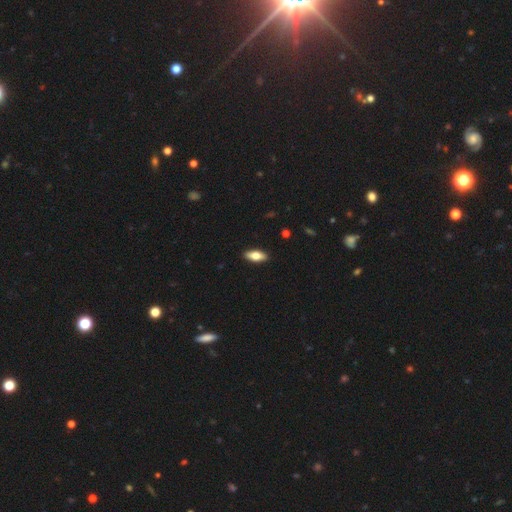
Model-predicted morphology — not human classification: Smooth or featured: smooth — 72% (featured or disk — 22%)
How rounded: in between — 78% (cigar-shaped — 19%)
Merging: none — 90% (minor disturbance — 7%)